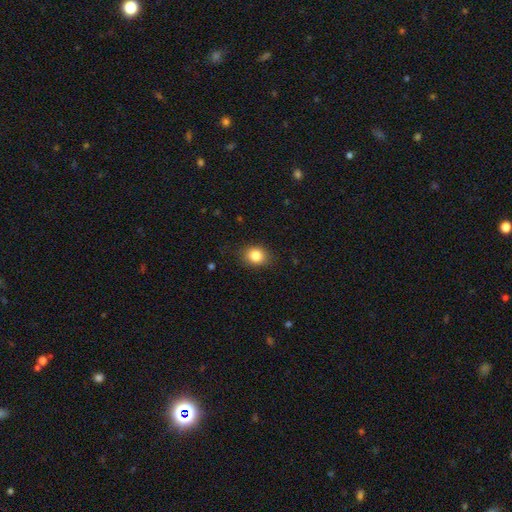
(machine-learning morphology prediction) smooth-or-featured: smooth: 83% | star or artifact: 10% | featured or disk: 6%
  how-rounded: round: 58% | in between: 41% | cigar-shaped: 1%
  merging: none: 85% | minor disturbance: 11% | major disturbance: 3% | merger: 1%